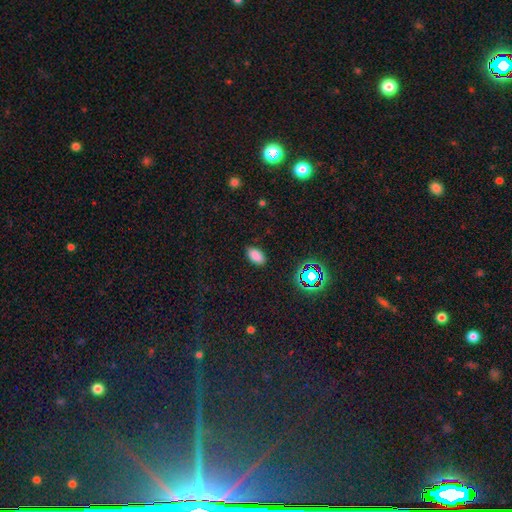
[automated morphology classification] Q: Smooth or featured?
A: smooth (82%); runner-up: star or artifact (14%)
Q: How rounded?
A: in between (93%); runner-up: round (5%)
Q: Merging?
A: none (85%); runner-up: minor disturbance (11%)